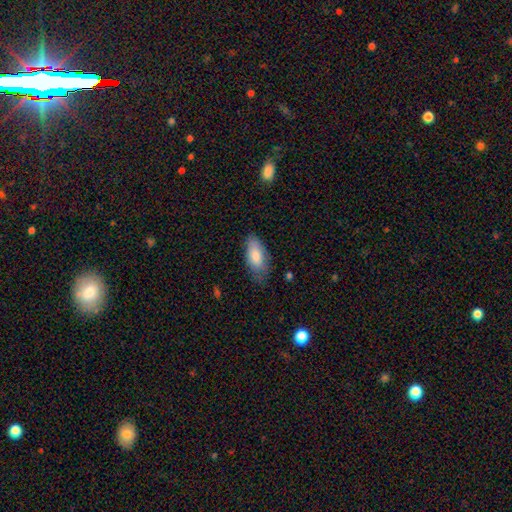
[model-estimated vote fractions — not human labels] This appears to be a smooth galaxy with no disk features (83%) that is in between round and cigar-shaped (87%). Merging: none (66%).